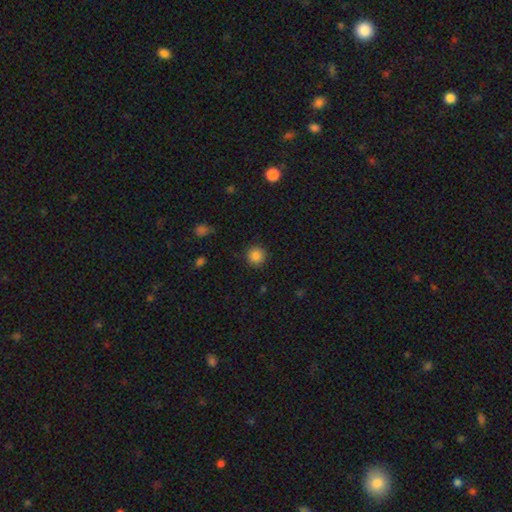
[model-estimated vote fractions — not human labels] This appears to be a smooth galaxy with no disk features (86%) that is round (94%). Merging: none (90%).